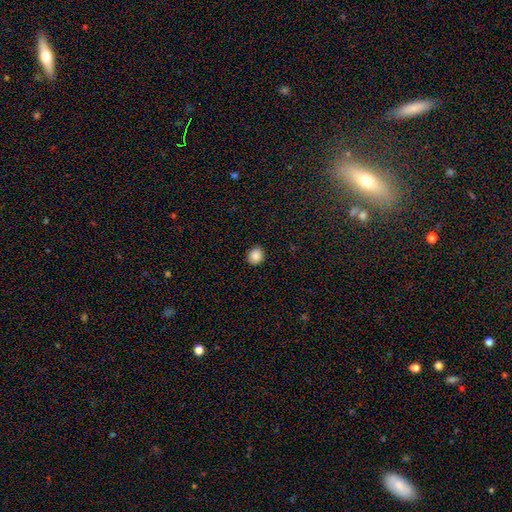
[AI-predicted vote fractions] Smooth or featured? Predicted: smooth (p=0.87). How rounded? Predicted: round (p=0.76). Merging? Predicted: none (p=0.90).